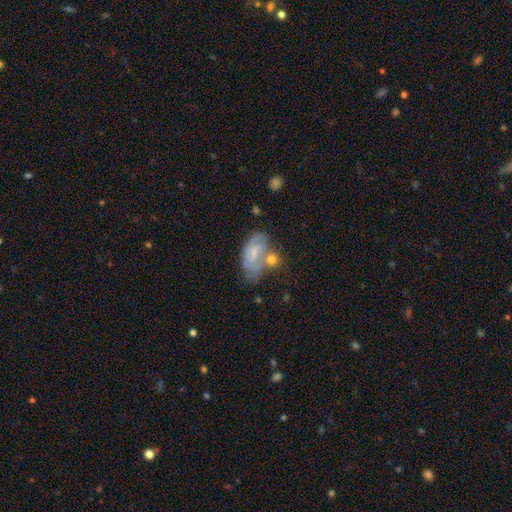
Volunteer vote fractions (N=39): This is possibly a featured or disk galaxy (56%). It is clearly not viewed edge-on (91%). Bar: likely weak (70%). Spiral arm pattern: likely yes (65%). Spiral arm count: likely can't tell (69%). Spiral winding: possibly medium (46%). Central bulge: likely small (75%). Merging: marginally merger (34%).